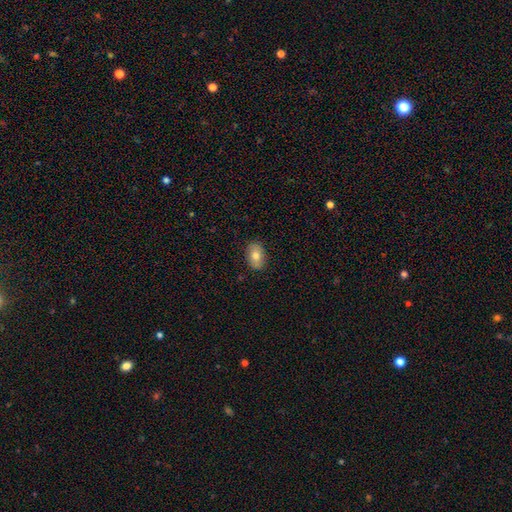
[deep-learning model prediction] Smooth or featured? Predicted: smooth (p=0.77). How rounded? Predicted: in between (p=0.86). Merging? Predicted: none (p=0.87).